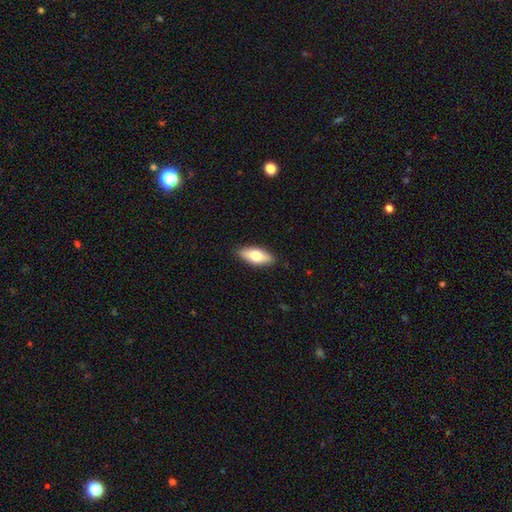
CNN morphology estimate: This appears to be a smooth galaxy with no disk features (73%) that is in between round and cigar-shaped (80%). Merging: none (89%).